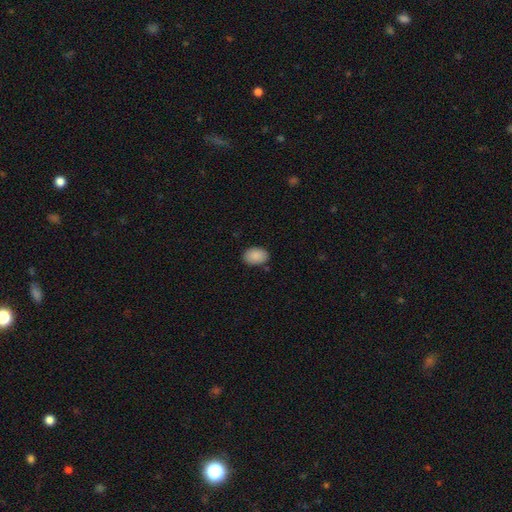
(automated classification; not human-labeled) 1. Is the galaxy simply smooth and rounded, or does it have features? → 89% smooth, 7% star or artifact, 4% featured or disk.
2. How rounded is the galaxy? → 85% in between, 14% round, 1% cigar-shaped.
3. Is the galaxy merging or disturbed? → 84% none, 11% minor disturbance, 2% major disturbance, 2% merger.